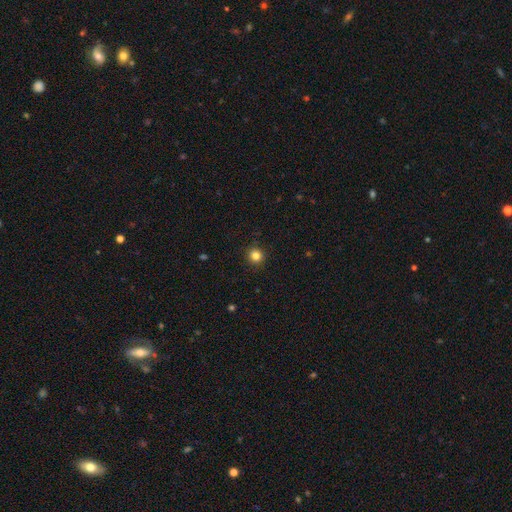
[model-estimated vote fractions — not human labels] Q: Smooth or featured?
A: smooth (84%); runner-up: star or artifact (12%)
Q: How rounded?
A: round (94%); runner-up: in between (6%)
Q: Merging?
A: none (92%); runner-up: minor disturbance (5%)